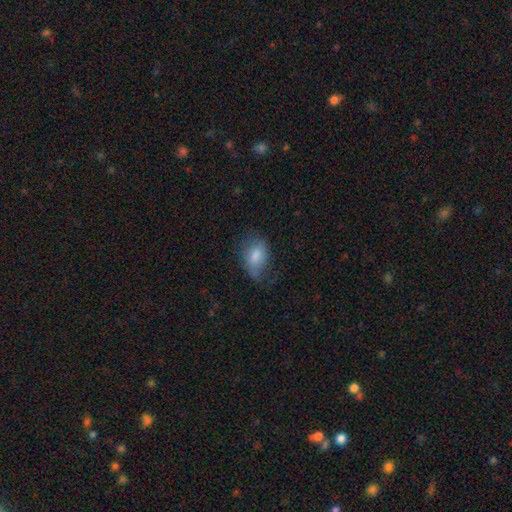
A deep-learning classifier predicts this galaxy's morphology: The model was most divided on "merging": none: 50%, minor disturbance: 31%, major disturbance: 17%, merger: 2%. More confident: how rounded — in between (85%); smooth or featured — smooth (71%).